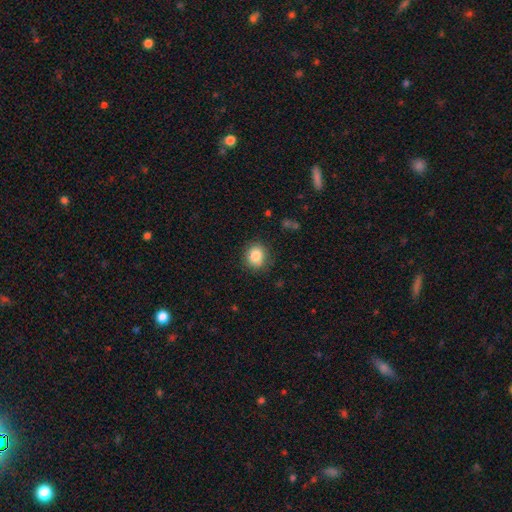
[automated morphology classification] The model was most divided on "how rounded": round: 76%, in between: 23%, cigar-shaped: 1%. More confident: merging — none (85%); smooth or featured — smooth (84%).